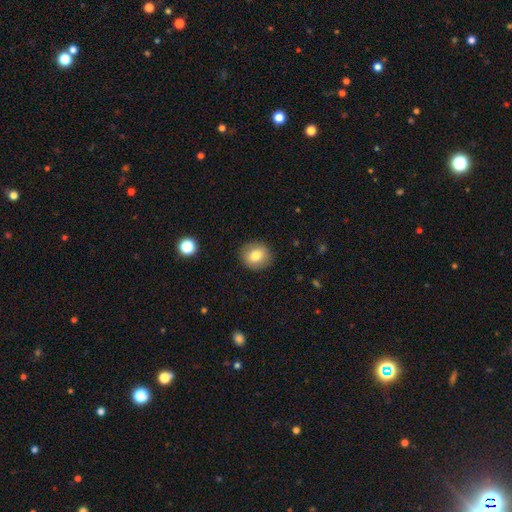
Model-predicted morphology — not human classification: type=smooth (79%); roundness=round (80%); merging=none (88%).